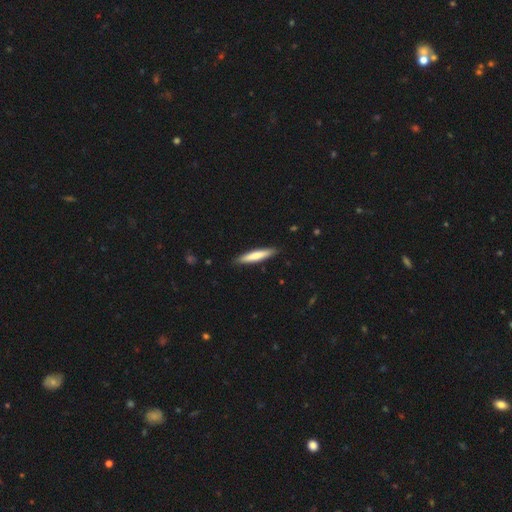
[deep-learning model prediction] Smooth or featured?
  - smooth: 73% *
  - featured or disk: 22%
  - star or artifact: 5%
How rounded?
  - cigar-shaped: 89% *
  - in between: 10%
  - round: 1%
Merging?
  - none: 89% *
  - minor disturbance: 8%
  - major disturbance: 2%
  - merger: 1%